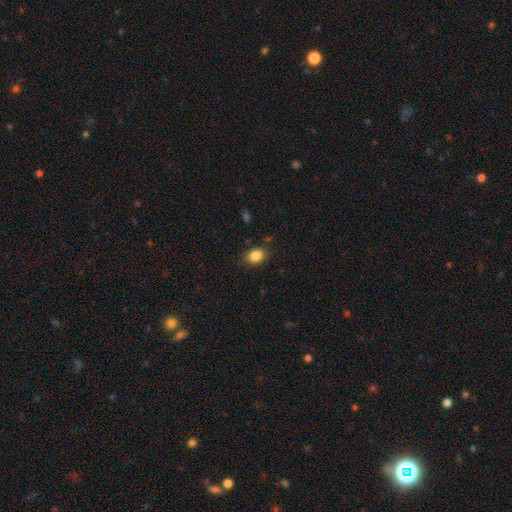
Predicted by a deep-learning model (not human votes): Smooth or featured?
  - smooth: 84% *
  - star or artifact: 10%
  - featured or disk: 6%
How rounded?
  - in between: 64% *
  - round: 35%
  - cigar-shaped: 1%
Merging?
  - none: 83% *
  - minor disturbance: 13%
  - major disturbance: 3%
  - merger: 1%